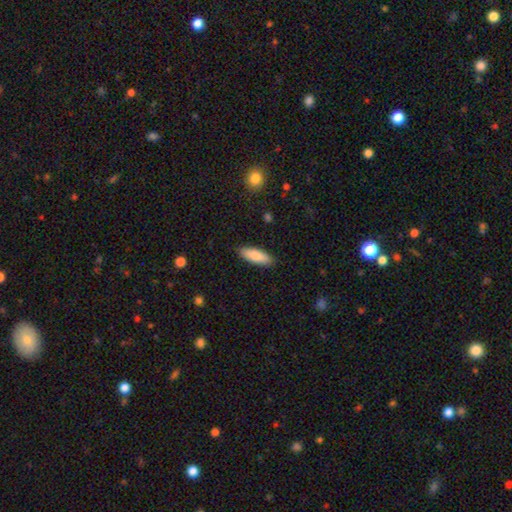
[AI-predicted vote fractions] A smooth galaxy with no disk features (80%) that is in between round and cigar-shaped (60%). Merging: none (89%).